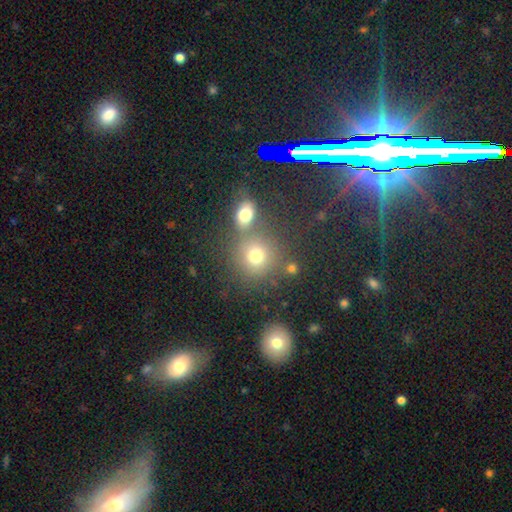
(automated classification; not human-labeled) A smooth galaxy with no disk features (73%) that is round (84%).

Vote fractions:
- Smooth or featured? smooth: 73% / star or artifact: 16% / featured or disk: 10%
- How rounded? round: 84% / in between: 15% / cigar-shaped: 1%
- Merging? none: 60% / merger: 25% / minor disturbance: 9% / major disturbance: 5%